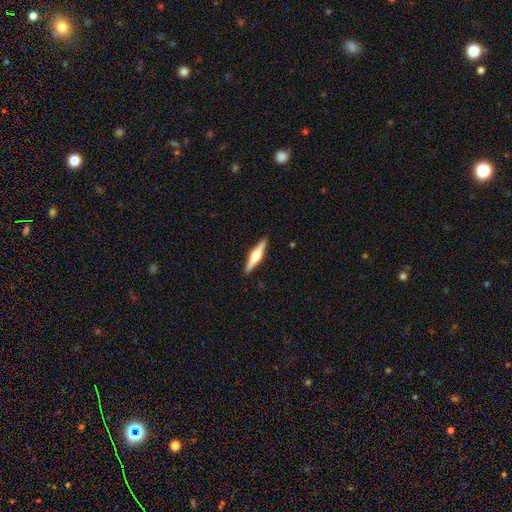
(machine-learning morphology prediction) featured or disk 69%, smooth 26%, star or artifact 5%. Down the decision tree: edge-on disk — yes (98%); edge-on bulge — rounded (93%); merging — none (92%).